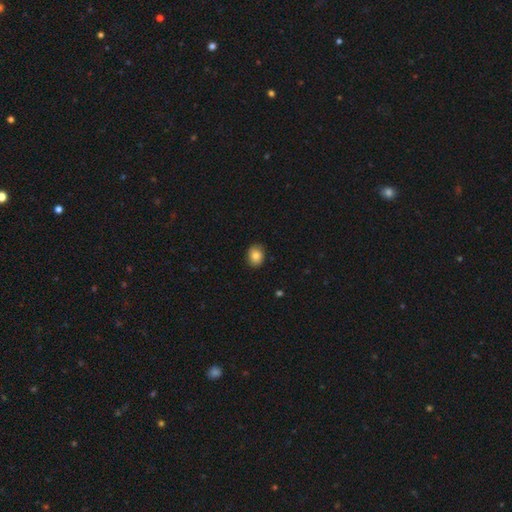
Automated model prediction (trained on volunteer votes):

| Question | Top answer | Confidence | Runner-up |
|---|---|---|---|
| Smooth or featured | smooth | 84% | star or artifact (9%) |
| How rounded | in between | 50% | round (49%) |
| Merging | none | 88% | minor disturbance (9%) |